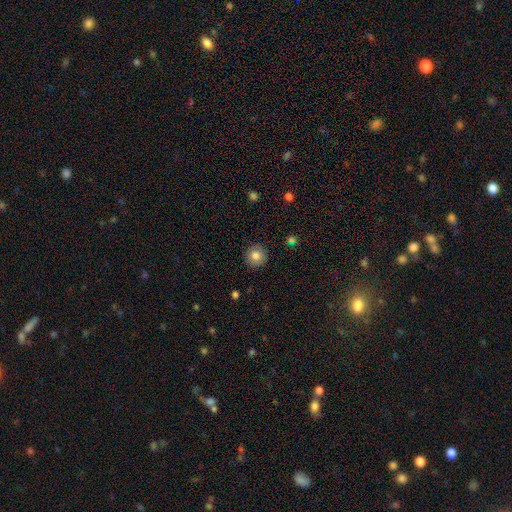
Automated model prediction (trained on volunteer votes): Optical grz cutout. It shows a smooth galaxy with no disk features (83%) that is round (94%). Merging: none (91%).